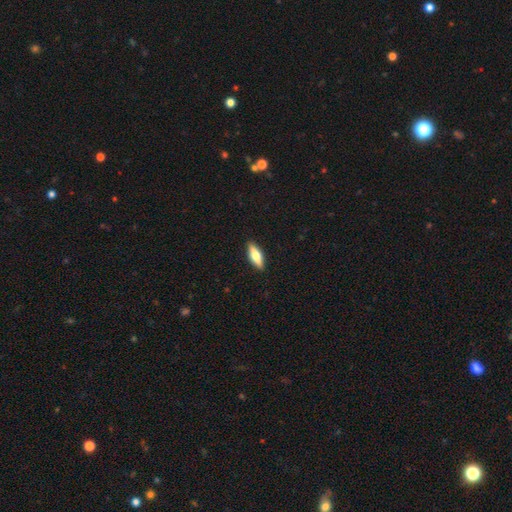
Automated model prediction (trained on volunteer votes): Q: Smooth or featured?
A: smooth (58%); runner-up: featured or disk (36%)
Q: How rounded?
A: in between (56%); runner-up: cigar-shaped (42%)
Q: Merging?
A: none (90%); runner-up: minor disturbance (7%)